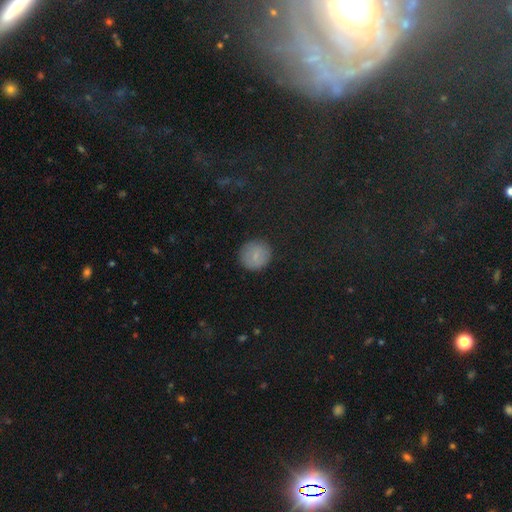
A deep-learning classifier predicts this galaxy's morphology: Smooth or featured? Predicted: smooth (p=0.74). How rounded? Predicted: round (p=0.93). Merging? Predicted: none (p=0.87).